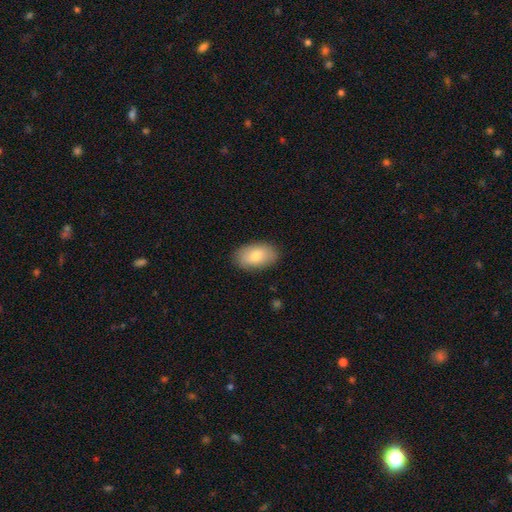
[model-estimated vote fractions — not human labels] smooth_or_featured: smooth (p=0.77) [alt: featured or disk p=0.16]
how_rounded: in between (p=0.92) [alt: round p=0.07]
merging: none (p=0.87) [alt: minor disturbance p=0.10]